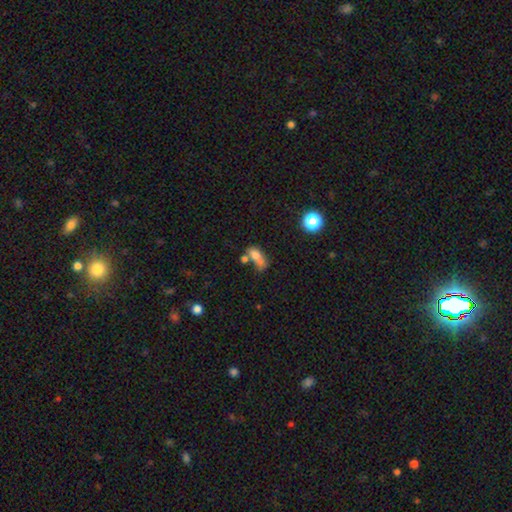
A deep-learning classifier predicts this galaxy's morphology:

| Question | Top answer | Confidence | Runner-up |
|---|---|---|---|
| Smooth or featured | smooth | 69% | featured or disk (19%) |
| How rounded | in between | 78% | round (11%) |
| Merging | merger | 37% | none (27%) |